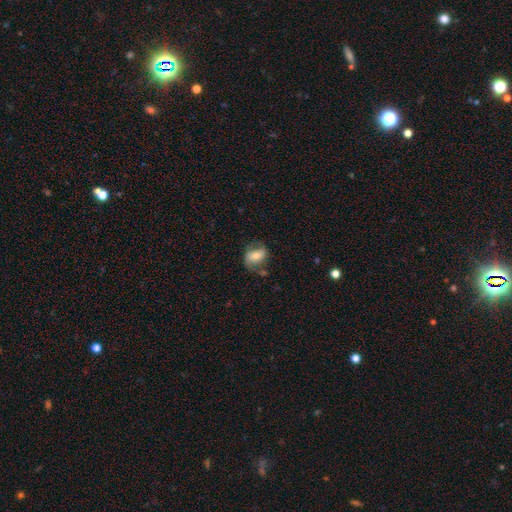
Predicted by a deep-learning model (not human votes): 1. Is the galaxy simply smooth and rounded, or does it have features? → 50% smooth, 42% featured or disk, 8% star or artifact.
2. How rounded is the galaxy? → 71% in between, 27% round, 2% cigar-shaped.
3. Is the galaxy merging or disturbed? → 59% none, 23% minor disturbance, 13% major disturbance, 4% merger.